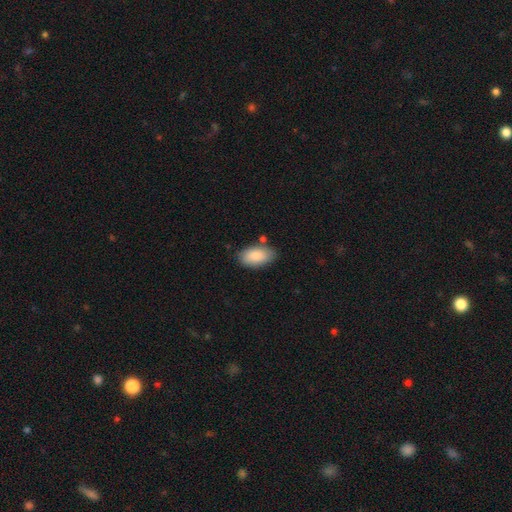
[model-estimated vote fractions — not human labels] Smooth or featured?
  - smooth: 87% *
  - featured or disk: 7%
  - star or artifact: 6%
How rounded?
  - in between: 94% *
  - round: 4%
  - cigar-shaped: 2%
Merging?
  - none: 76% *
  - minor disturbance: 16%
  - merger: 5%
  - major disturbance: 3%